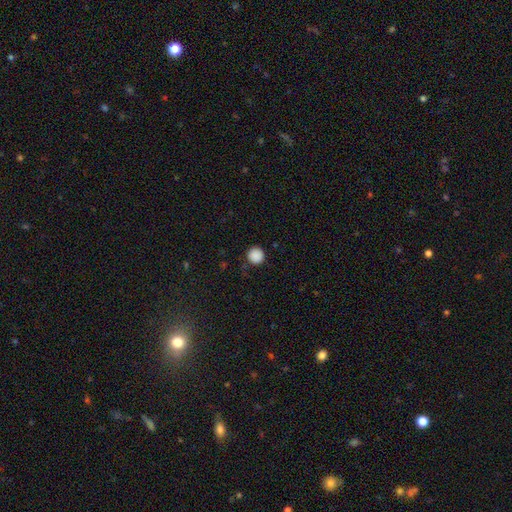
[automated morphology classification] Overall: smooth (88%). How rounded: round (95%). Merging: none (88%).